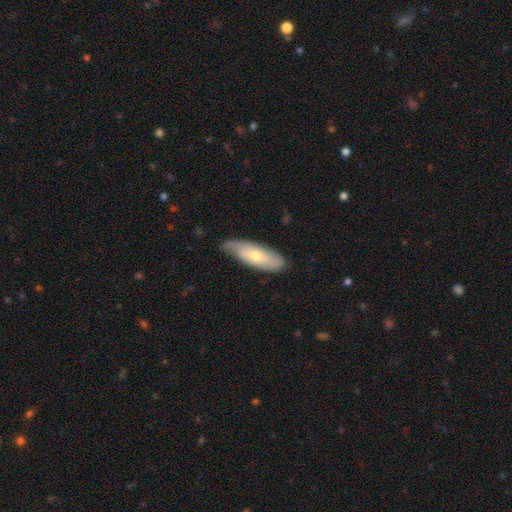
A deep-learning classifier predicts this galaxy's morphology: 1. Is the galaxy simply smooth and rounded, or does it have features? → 49% featured or disk, 45% smooth, 6% star or artifact.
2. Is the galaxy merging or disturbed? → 66% none, 28% minor disturbance, 5% major disturbance, 1% merger.